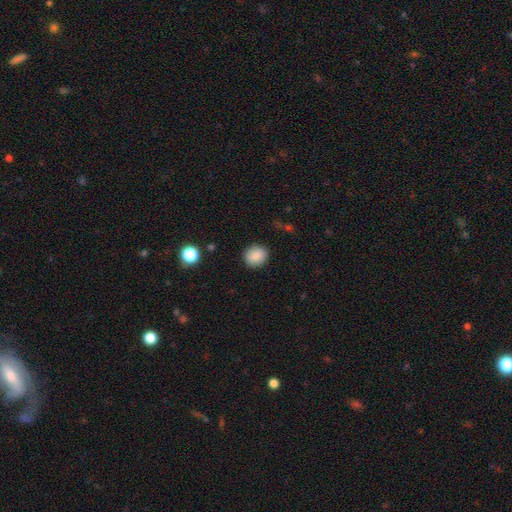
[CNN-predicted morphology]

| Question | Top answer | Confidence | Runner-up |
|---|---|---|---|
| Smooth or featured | smooth | 87% | star or artifact (9%) |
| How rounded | round | 77% | in between (22%) |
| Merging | none | 89% | minor disturbance (7%) |